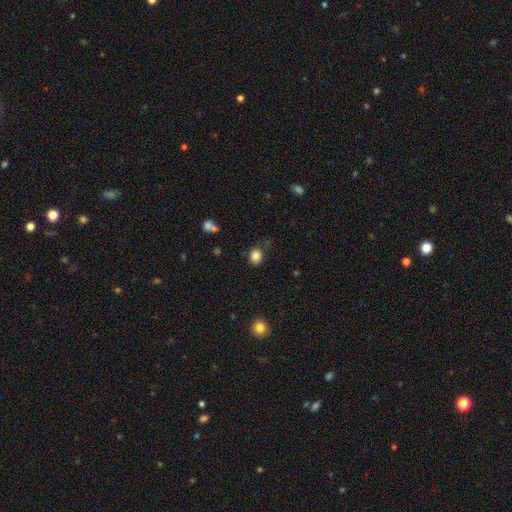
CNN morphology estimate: Q: Smooth or featured?
A: smooth (84%); runner-up: star or artifact (11%)
Q: How rounded?
A: round (61%); runner-up: in between (38%)
Q: Merging?
A: none (80%); runner-up: minor disturbance (14%)